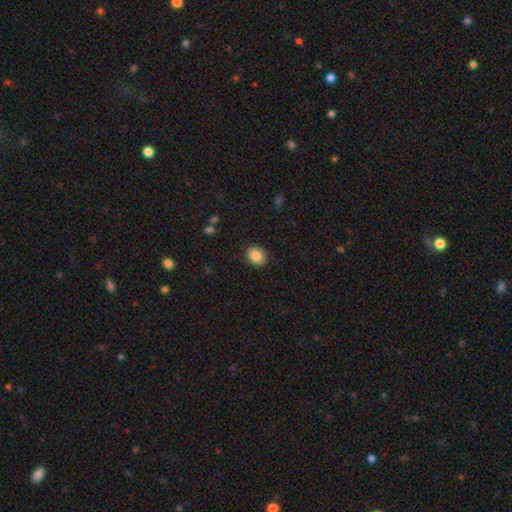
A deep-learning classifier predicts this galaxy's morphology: smooth-or-featured: smooth: 86% | star or artifact: 8% | featured or disk: 5%
  how-rounded: round: 50% | in between: 49% | cigar-shaped: 1%
  merging: none: 89% | minor disturbance: 7% | major disturbance: 2% | merger: 1%